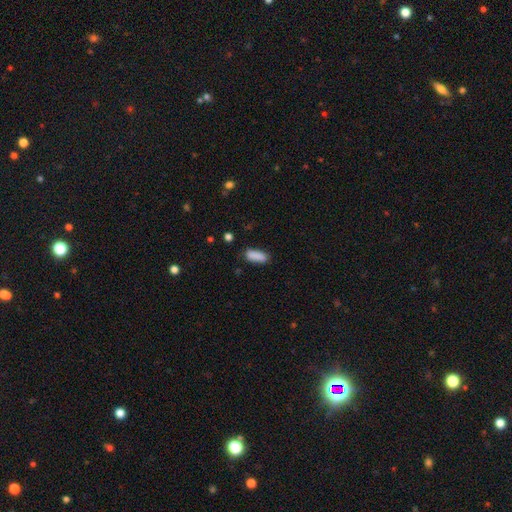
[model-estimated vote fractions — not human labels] A smooth galaxy with no disk features (88%) that is in between round and cigar-shaped (70%). Merging: none (82%).